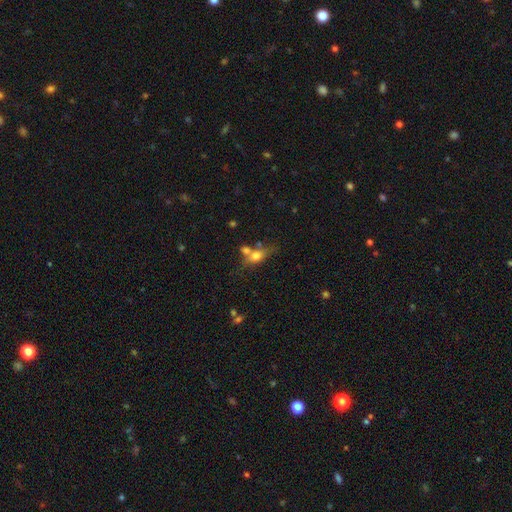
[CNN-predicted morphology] This is likely a smooth galaxy (64%). How rounded: likely in between (62%). Merging: marginally none (42%).